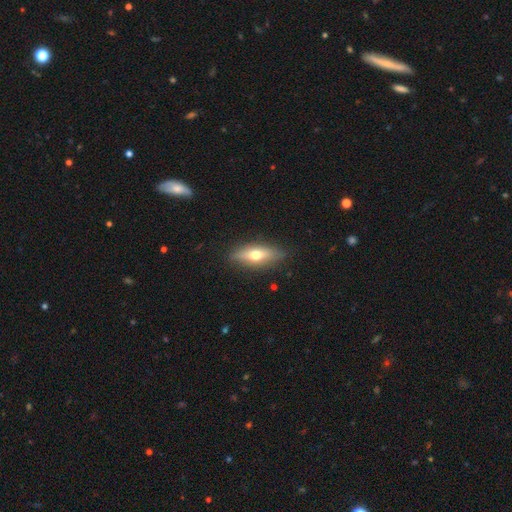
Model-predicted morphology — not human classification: A smooth galaxy with no disk features (57%) that is in between round and cigar-shaped (63%).

Vote fractions:
- Smooth or featured? smooth: 57% / featured or disk: 36% / star or artifact: 7%
- How rounded? in between: 63% / cigar-shaped: 33% / round: 4%
- Merging? none: 85% / minor disturbance: 11% / major disturbance: 3% / merger: 1%